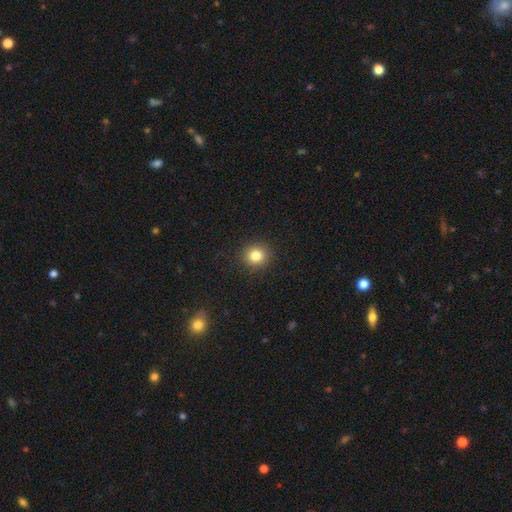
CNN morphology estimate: A smooth galaxy with no disk features (82%) that is round (89%). Merging: none (91%).